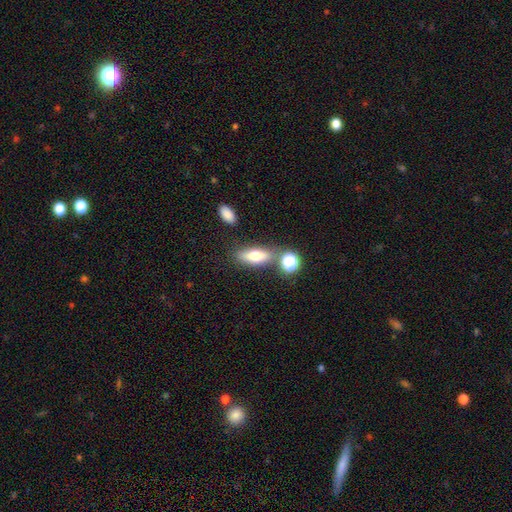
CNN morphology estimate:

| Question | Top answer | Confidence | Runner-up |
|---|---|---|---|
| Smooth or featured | smooth | 67% | featured or disk (23%) |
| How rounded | in between | 66% | cigar-shaped (28%) |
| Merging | none | 72% | minor disturbance (12%) |